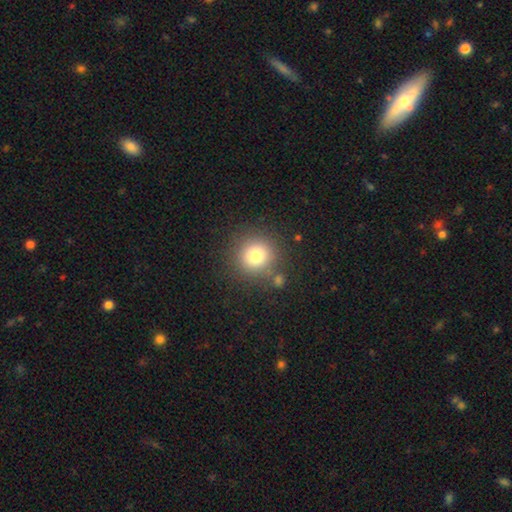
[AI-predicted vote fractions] Overall: smooth (79%). How rounded: round (93%). Merging: none (83%).